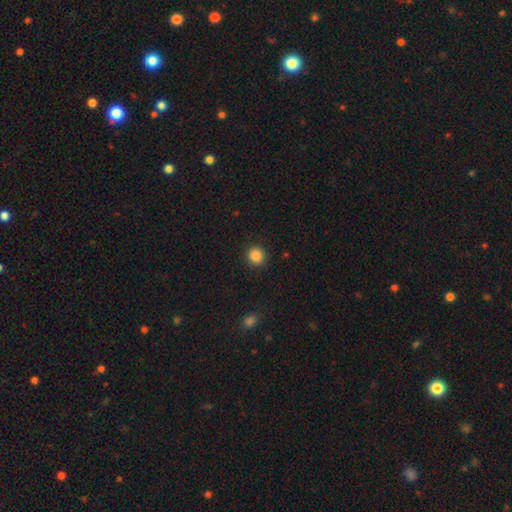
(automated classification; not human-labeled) Smooth or featured?
  - smooth: 86% *
  - star or artifact: 10%
  - featured or disk: 4%
How rounded?
  - round: 91% *
  - in between: 8%
  - cigar-shaped: 1%
Merging?
  - none: 92% *
  - minor disturbance: 5%
  - major disturbance: 2%
  - merger: 1%